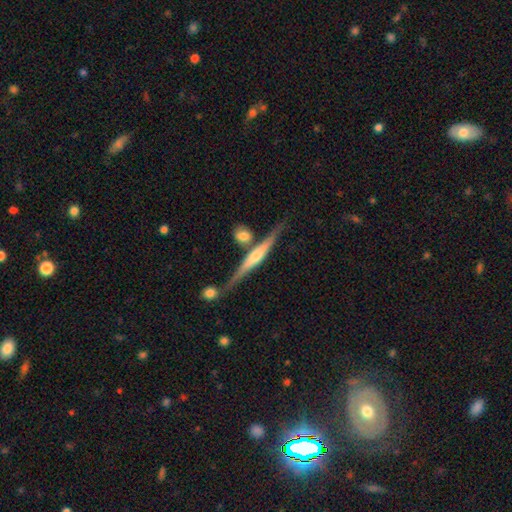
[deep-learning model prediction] Overall: featured or disk (78%). Edge-on disk: yes (97%). Edge-on bulge: rounded (77%). Merging: none (74%).